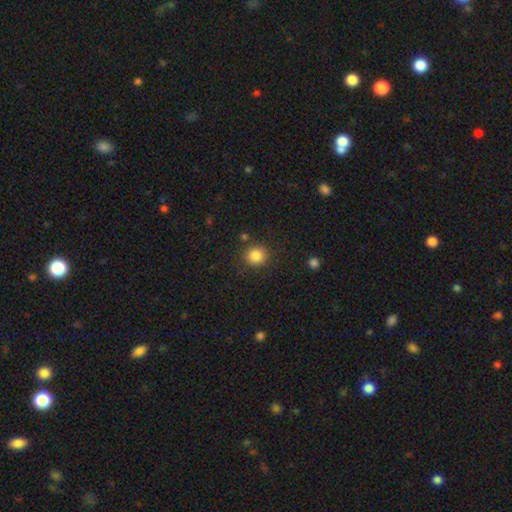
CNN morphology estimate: smooth 85%, star or artifact 11%, featured or disk 4%. Down the decision tree: how rounded — round (87%); merging — none (86%).